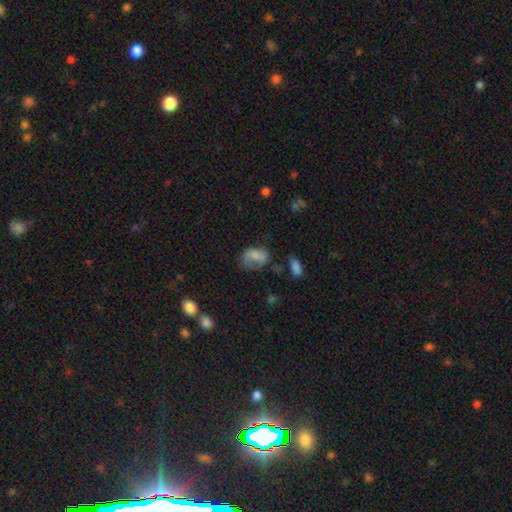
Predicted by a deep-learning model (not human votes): Smooth or featured?
  - smooth: 68% *
  - featured or disk: 21%
  - star or artifact: 10%
How rounded?
  - in between: 82% *
  - round: 17%
  - cigar-shaped: 2%
Merging?
  - none: 37% *
  - minor disturbance: 30%
  - major disturbance: 27%
  - merger: 6%